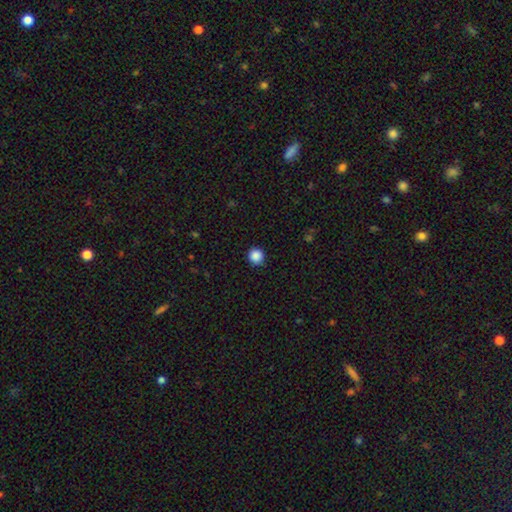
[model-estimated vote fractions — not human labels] Q: Smooth or featured?
A: smooth (88%); runner-up: star or artifact (10%)
Q: How rounded?
A: round (94%); runner-up: in between (5%)
Q: Merging?
A: none (91%); runner-up: minor disturbance (6%)